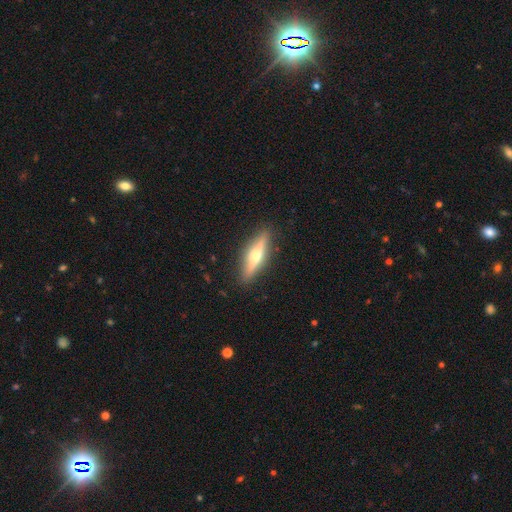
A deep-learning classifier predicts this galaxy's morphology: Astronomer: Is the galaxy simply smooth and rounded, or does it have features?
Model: featured or disk — 68%.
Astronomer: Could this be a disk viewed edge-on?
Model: yes — 96%.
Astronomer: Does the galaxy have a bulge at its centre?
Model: rounded — 93%.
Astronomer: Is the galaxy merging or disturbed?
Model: none — 90%.